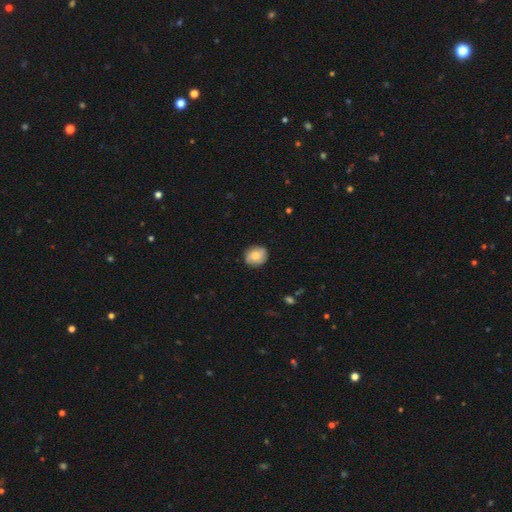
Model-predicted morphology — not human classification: Overall: smooth (69%). How rounded: round (77%). Merging: none (83%).